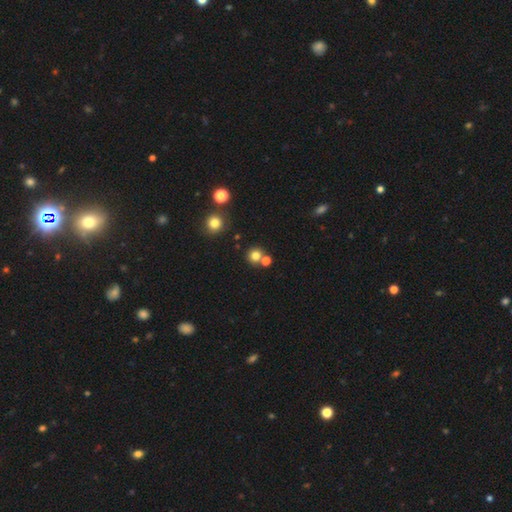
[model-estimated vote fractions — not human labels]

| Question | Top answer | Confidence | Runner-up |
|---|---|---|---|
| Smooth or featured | smooth | 78% | star or artifact (15%) |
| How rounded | round | 91% | in between (8%) |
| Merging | none | 68% | merger (22%) |